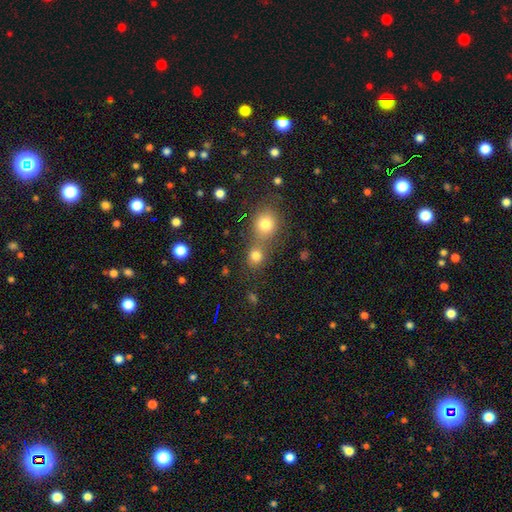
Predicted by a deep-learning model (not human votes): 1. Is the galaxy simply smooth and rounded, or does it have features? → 79% smooth, 14% star or artifact, 7% featured or disk.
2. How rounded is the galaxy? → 82% round, 17% in between, 1% cigar-shaped.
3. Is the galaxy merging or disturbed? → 50% none, 40% merger, 7% minor disturbance, 3% major disturbance.